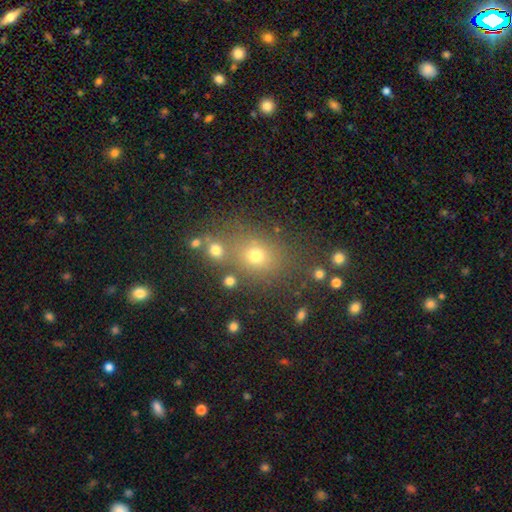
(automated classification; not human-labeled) Smooth or featured: smooth — 66% (star or artifact — 22%)
How rounded: round — 59% (in between — 39%)
Merging: none — 67% (merger — 16%)